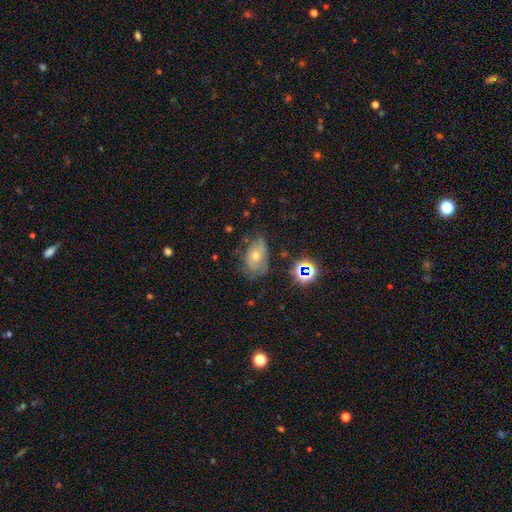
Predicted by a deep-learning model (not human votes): A featured or disk galaxy (45%). Merging: none (49%).